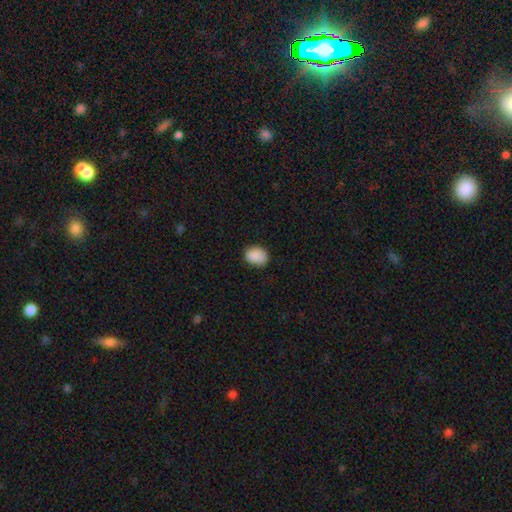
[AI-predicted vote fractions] smooth 89%, star or artifact 8%, featured or disk 3%. Down the decision tree: how rounded — in between (59%); merging — none (82%).